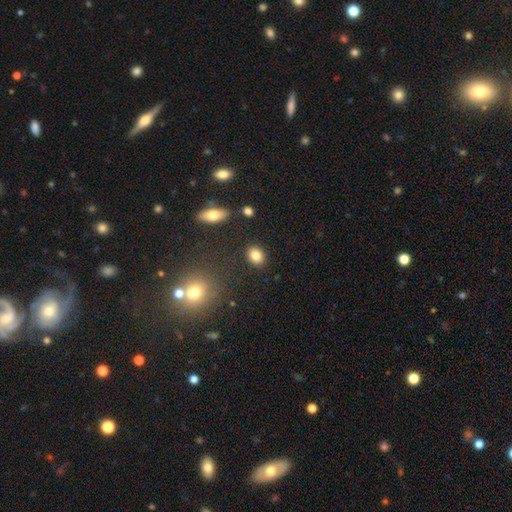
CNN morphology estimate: smooth_or_featured: smooth (p=0.84) [alt: star or artifact p=0.09]
how_rounded: in between (p=0.62) [alt: round p=0.37]
merging: none (p=0.86) [alt: minor disturbance p=0.09]